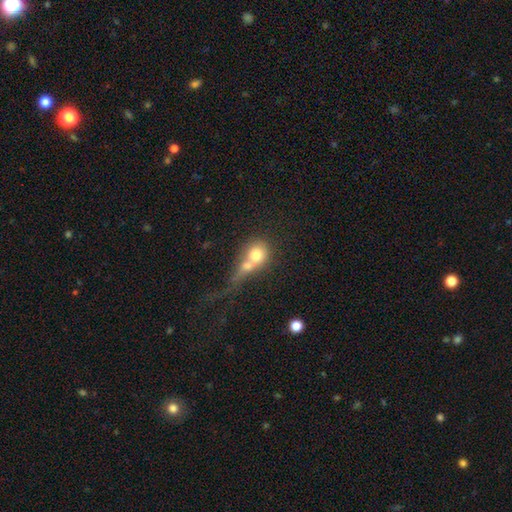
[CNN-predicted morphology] This is likely a smooth galaxy (65%). How rounded: likely round (69%). Merging: likely merger (63%).